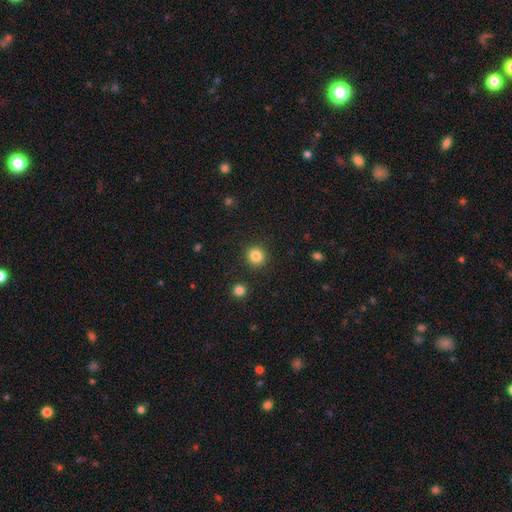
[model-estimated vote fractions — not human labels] Smooth or featured?
  - smooth: 84% *
  - star or artifact: 11%
  - featured or disk: 5%
How rounded?
  - round: 89% *
  - in between: 10%
  - cigar-shaped: 1%
Merging?
  - none: 91% *
  - minor disturbance: 6%
  - major disturbance: 2%
  - merger: 2%